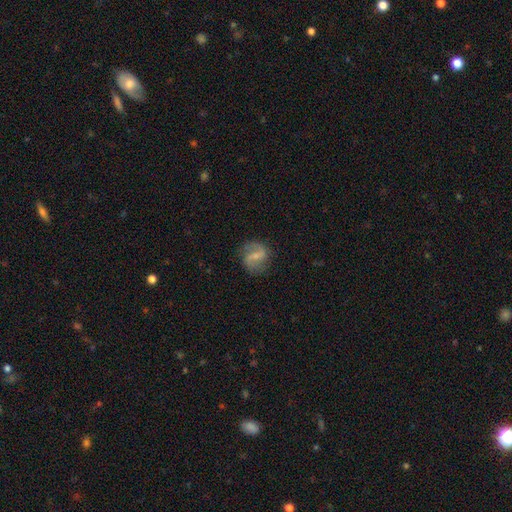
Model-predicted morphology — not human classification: The model was most divided on "spiral winding": medium: 44%, loose: 43%, tight: 12%. More confident: edge-on disk — no (98%); spiral arms — yes (93%); spiral arm count — 2 (89%); merging — none (78%); smooth or featured — featured or disk (76%); bulge size — small (58%); bar — weak (53%).